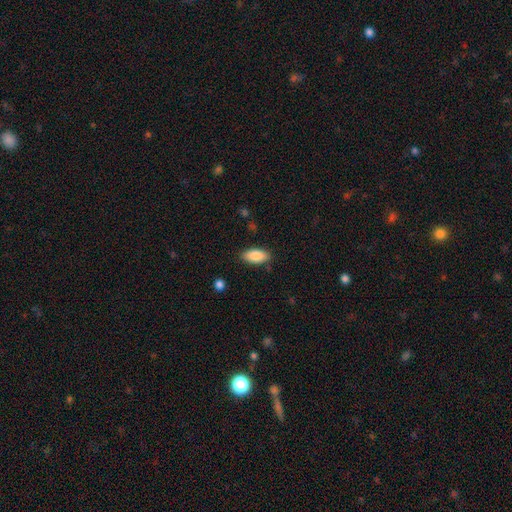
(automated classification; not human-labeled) This appears to be a smooth galaxy with no disk features (88%) that is in between round and cigar-shaped (90%). Merging: none (85%).